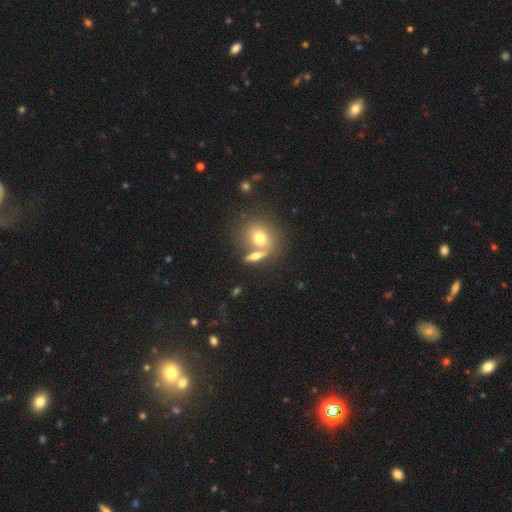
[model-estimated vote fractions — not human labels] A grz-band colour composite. It shows a smooth galaxy with no disk features (60%) that is in between round and cigar-shaped (44%). Merging: none (50%).